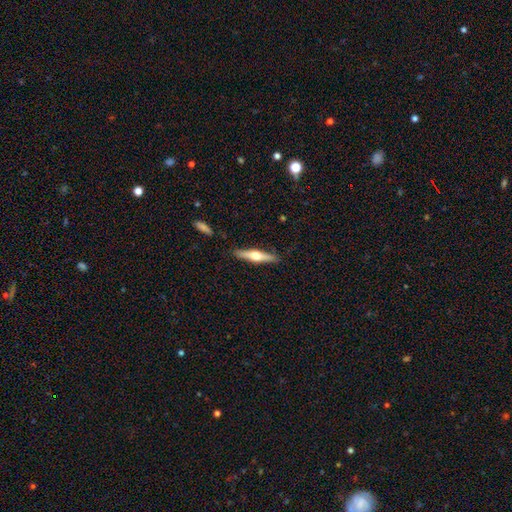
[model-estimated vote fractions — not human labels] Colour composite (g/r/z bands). It shows a featured or disk galaxy (57%) viewed edge-on (95%) with a rounded central bulge (94%). Merging: none (87%).